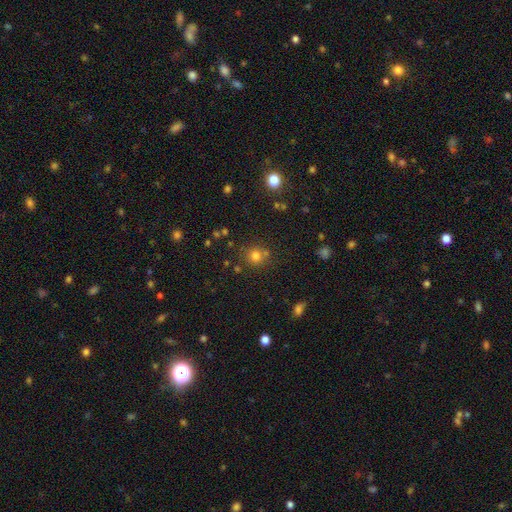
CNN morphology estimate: This appears to be a smooth galaxy with no disk features (74%) that is round (86%). Merging: none (70%).